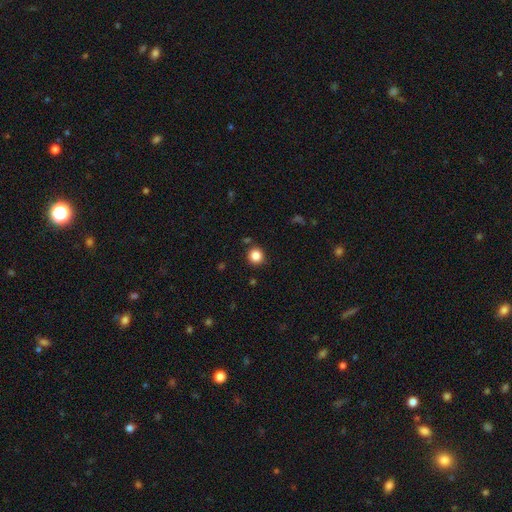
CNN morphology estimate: Smooth or featured: smooth — 85% (star or artifact — 11%)
How rounded: round — 92% (in between — 7%)
Merging: none — 89% (minor disturbance — 6%)